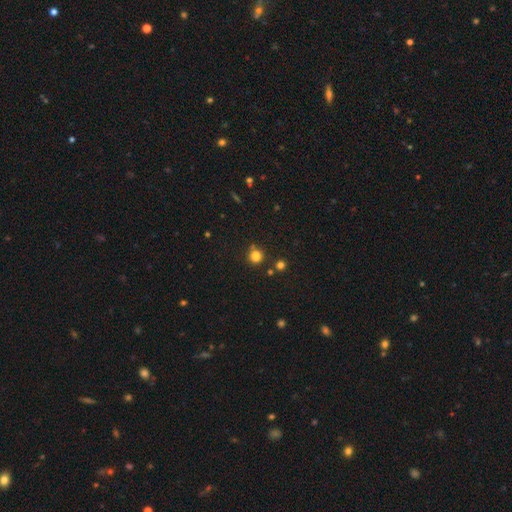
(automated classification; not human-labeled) Smooth or featured? Predicted: smooth (p=0.77). How rounded? Predicted: round (p=0.87). Merging? Predicted: none (p=0.74).